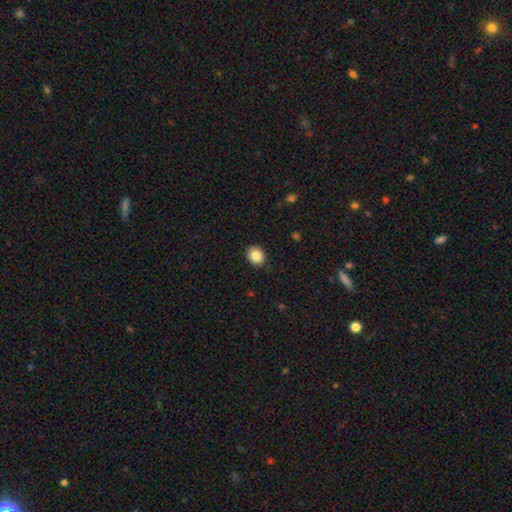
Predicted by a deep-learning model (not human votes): Smooth or featured: smooth — 85% (star or artifact — 9%)
How rounded: round — 59% (in between — 40%)
Merging: none — 90% (minor disturbance — 7%)